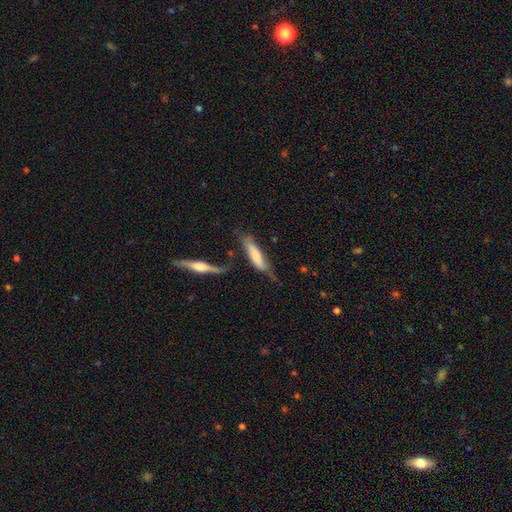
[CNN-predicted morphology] Overall: smooth (68%). How rounded: cigar-shaped (72%). Merging: none (44%; minor disturbance 28%).